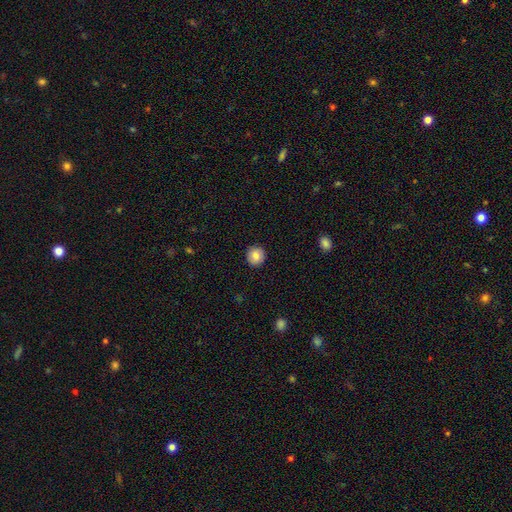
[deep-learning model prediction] Smooth or featured?
  - smooth: 83% *
  - featured or disk: 9%
  - star or artifact: 8%
How rounded?
  - round: 93% *
  - in between: 6%
  - cigar-shaped: 1%
Merging?
  - none: 91% *
  - minor disturbance: 6%
  - major disturbance: 2%
  - merger: 1%